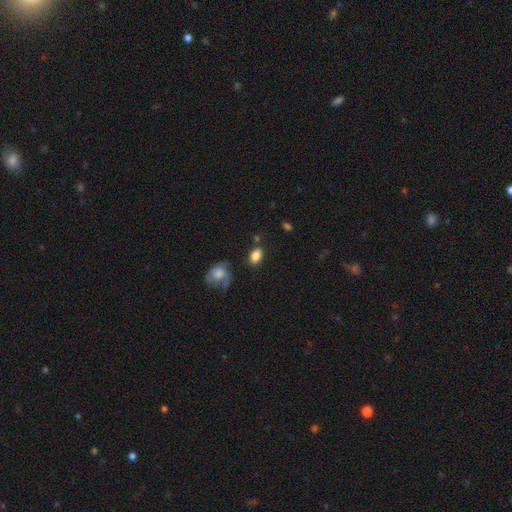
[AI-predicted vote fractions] Smooth or featured? Predicted: smooth (p=0.85). How rounded? Predicted: in between (p=0.84). Merging? Predicted: none (p=0.73).